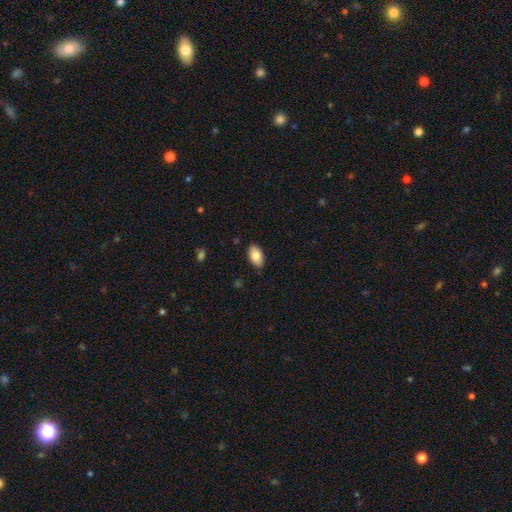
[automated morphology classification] Q: Smooth or featured?
A: smooth (84%); runner-up: featured or disk (9%)
Q: How rounded?
A: in between (94%); runner-up: round (4%)
Q: Merging?
A: none (87%); runner-up: minor disturbance (10%)